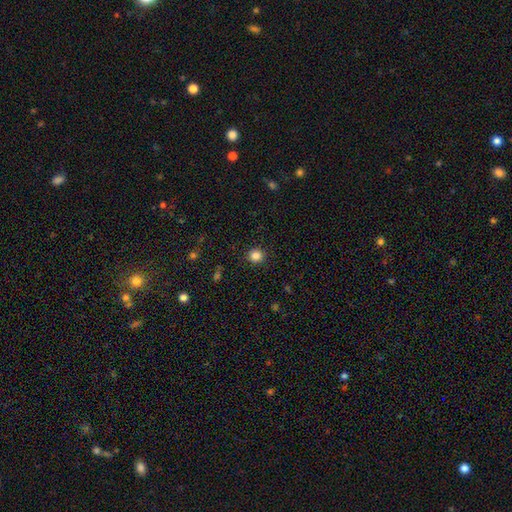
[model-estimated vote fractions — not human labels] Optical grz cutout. It shows a smooth galaxy with no disk features (85%) that is round (90%). Merging: none (91%).